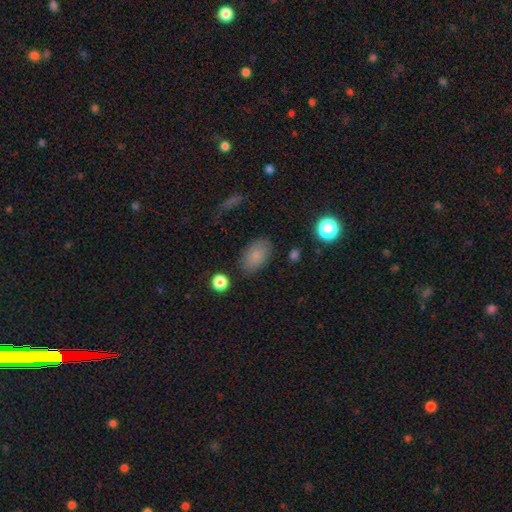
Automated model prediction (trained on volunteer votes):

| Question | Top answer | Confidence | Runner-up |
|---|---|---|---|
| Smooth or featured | smooth | 83% | star or artifact (9%) |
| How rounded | in between | 90% | round (8%) |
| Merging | none | 83% | minor disturbance (11%) |